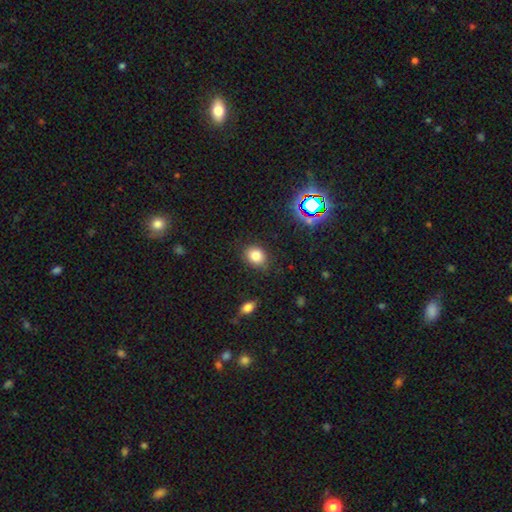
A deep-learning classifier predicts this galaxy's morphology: Smooth or featured?
  - smooth: 81% *
  - star or artifact: 12%
  - featured or disk: 6%
How rounded?
  - in between: 57% *
  - round: 42%
  - cigar-shaped: 1%
Merging?
  - none: 81% *
  - minor disturbance: 14%
  - major disturbance: 4%
  - merger: 2%